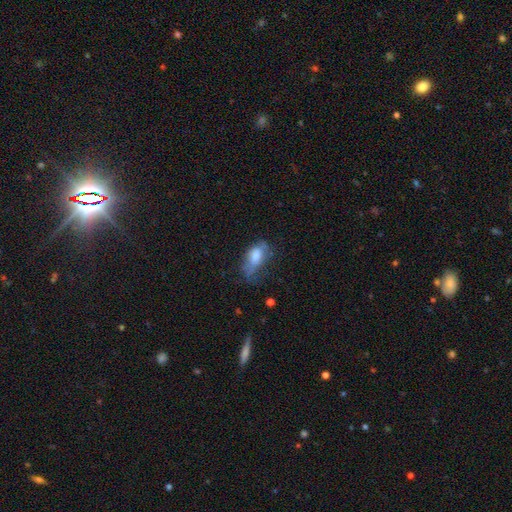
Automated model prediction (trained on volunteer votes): Overall: smooth (64%; featured or disk 26%). How rounded: in between (86%). Merging: none (33%; major disturbance 32%).